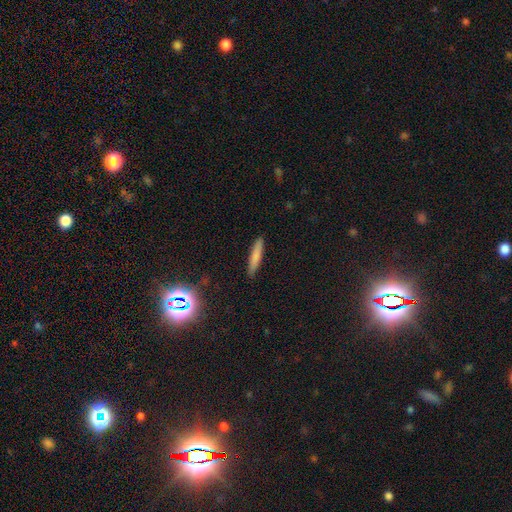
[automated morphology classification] smooth-or-featured: smooth: 77% | featured or disk: 15% | star or artifact: 8%
  how-rounded: cigar-shaped: 90% | in between: 8% | round: 1%
  merging: none: 90% | minor disturbance: 7% | major disturbance: 2% | merger: 1%